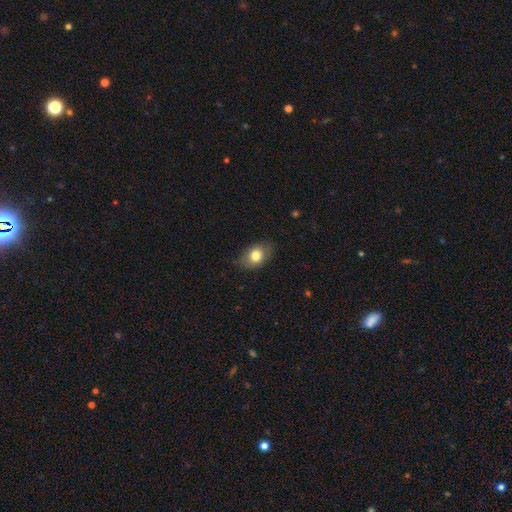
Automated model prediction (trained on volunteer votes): This is clearly a smooth galaxy (80%). How rounded: likely in between (77%). Merging: likely none (78%).